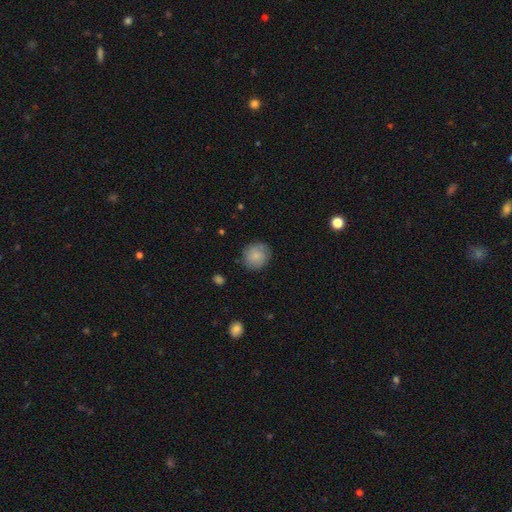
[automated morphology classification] The model was most divided on "merging": none: 82%, minor disturbance: 14%, major disturbance: 3%, merger: 1%. More confident: how rounded — round (87%); smooth or featured — smooth (82%).